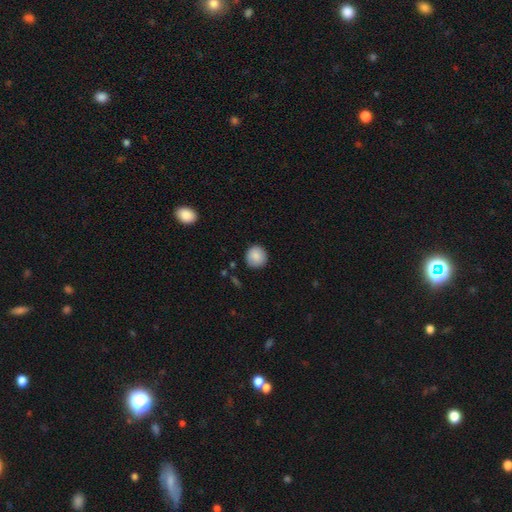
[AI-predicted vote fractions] Q: Smooth or featured?
A: smooth (87%); runner-up: star or artifact (8%)
Q: How rounded?
A: round (93%); runner-up: in between (6%)
Q: Merging?
A: none (88%); runner-up: minor disturbance (9%)